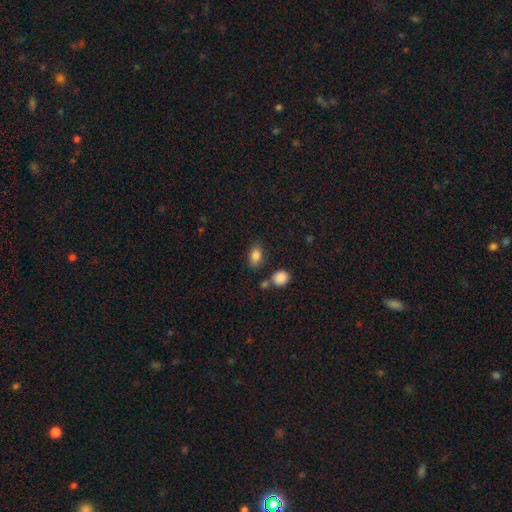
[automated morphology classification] smooth_or_featured: smooth (p=0.84) [alt: star or artifact p=0.09]
how_rounded: in between (p=0.83) [alt: round p=0.15]
merging: none (p=0.77) [alt: minor disturbance p=0.13]